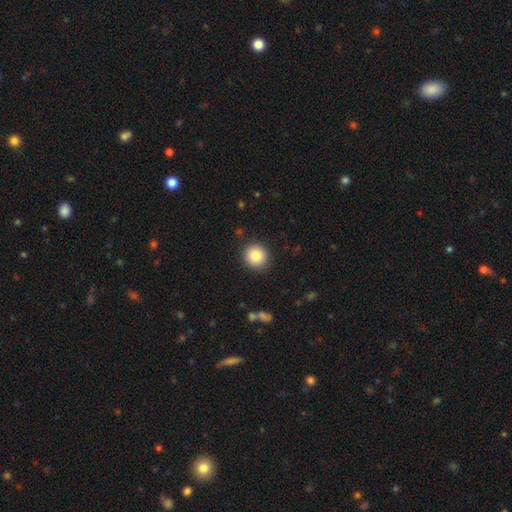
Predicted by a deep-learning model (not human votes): A smooth galaxy with no disk features (86%) that is round (90%).

Vote fractions:
- Smooth or featured? smooth: 86% / star or artifact: 9% / featured or disk: 6%
- How rounded? round: 90% / in between: 9% / cigar-shaped: 1%
- Merging? none: 89% / minor disturbance: 7% / major disturbance: 2% / merger: 1%